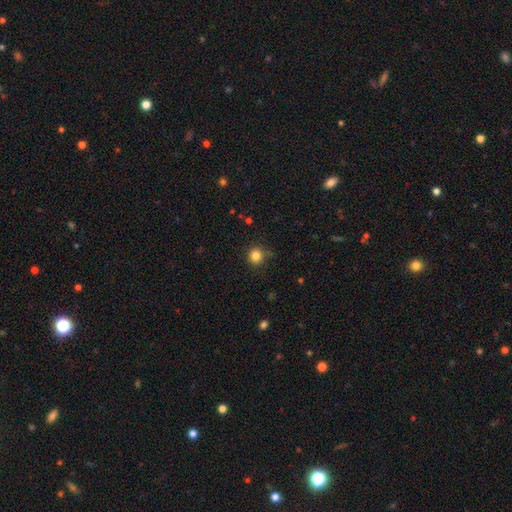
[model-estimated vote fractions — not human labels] Q: Smooth or featured?
A: smooth (83%); runner-up: star or artifact (12%)
Q: How rounded?
A: round (93%); runner-up: in between (6%)
Q: Merging?
A: none (81%); runner-up: minor disturbance (14%)